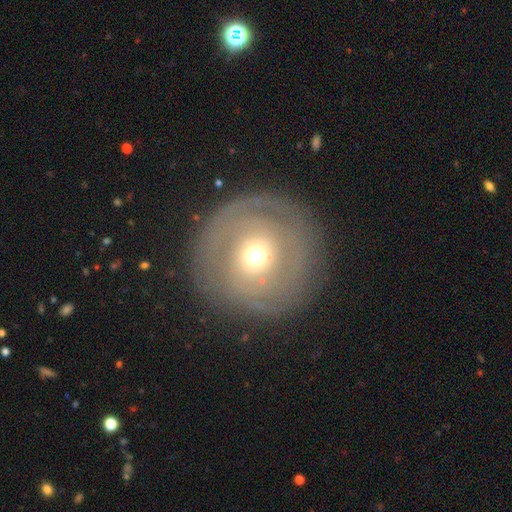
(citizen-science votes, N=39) smooth_or_featured: smooth (p=0.46) [alt: featured or disk p=0.44]
how_rounded: round (p=1.00)
merging: none (p=0.89) [alt: minor disturbance p=0.06]